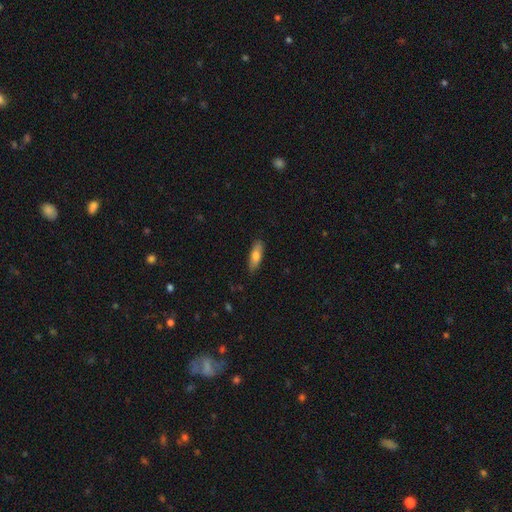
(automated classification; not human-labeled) Overall: smooth (75%). How rounded: in between (58%; cigar-shaped 40%). Merging: none (86%).